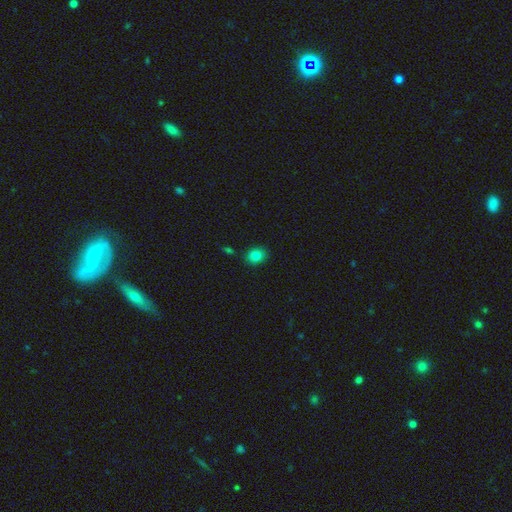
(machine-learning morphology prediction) Smooth or featured? smooth (82%)
How rounded? round (61%)
Merging? none (85%)